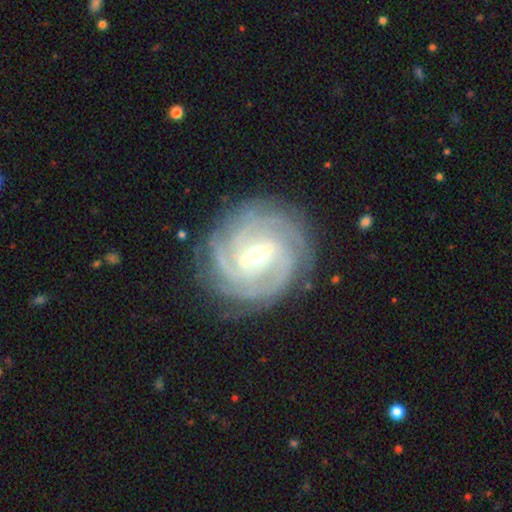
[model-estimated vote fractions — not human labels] A featured or disk galaxy (91%) with a weak bar (45%, tied with strong), 4 (31%) tight (78%) spiral arms (98%) and a moderate central bulge (64%).

Vote fractions:
- Smooth or featured? featured or disk: 91% / smooth: 5% / star or artifact: 5%
- Edge-on disk? no: 97% / yes: 3%
- Bar? weak: 45% (tied) / strong: 45% (tied) / no: 10%
- Spiral arms? yes: 98% / no: 2%
- Spiral winding? tight: 78% / medium: 19% / loose: 3%
- Spiral arm count? 4: 31% / 3: 25% / can't tell: 17% / 2: 11% / more than 4: 10% / 1: 6%
- Bulge size? moderate: 64% / small: 30% / large: 4% / none: 1% / dominant: 1%
- Merging? none: 84% / minor disturbance: 12% / major disturbance: 3% / merger: 1%